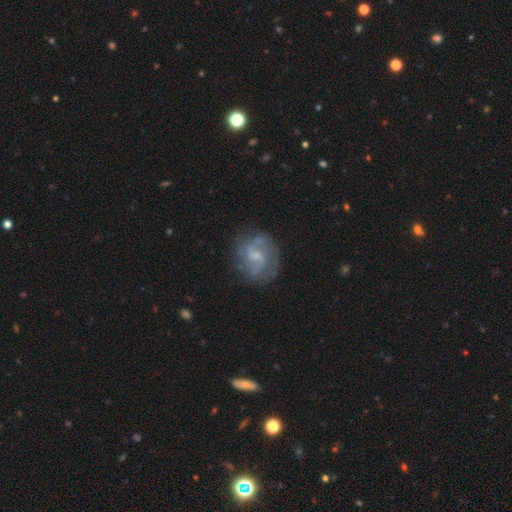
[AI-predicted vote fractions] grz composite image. It shows a featured or disk galaxy (78%) with a weak bar (55%), 2 (64%) medium (49%) spiral arms (92%) and a small central bulge (47%). Merging: none (73%).